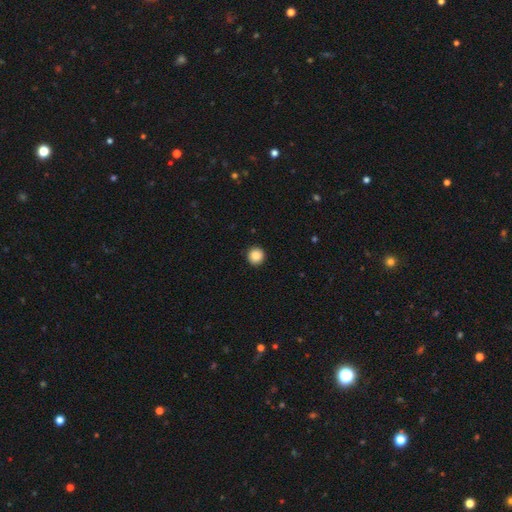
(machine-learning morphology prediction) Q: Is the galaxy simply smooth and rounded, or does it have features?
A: smooth — 88%.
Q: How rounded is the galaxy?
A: round — 95%.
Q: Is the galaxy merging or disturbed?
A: none — 93%.